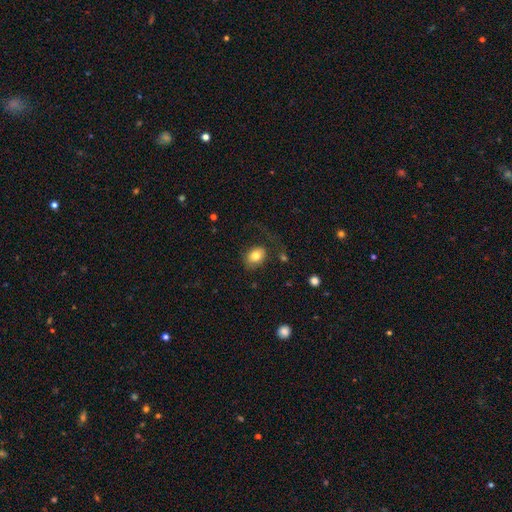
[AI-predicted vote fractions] Smooth or featured?
  - smooth: 79% *
  - featured or disk: 13%
  - star or artifact: 8%
How rounded?
  - in between: 63% *
  - round: 36%
  - cigar-shaped: 1%
Merging?
  - none: 61% *
  - major disturbance: 19%
  - minor disturbance: 17%
  - merger: 3%